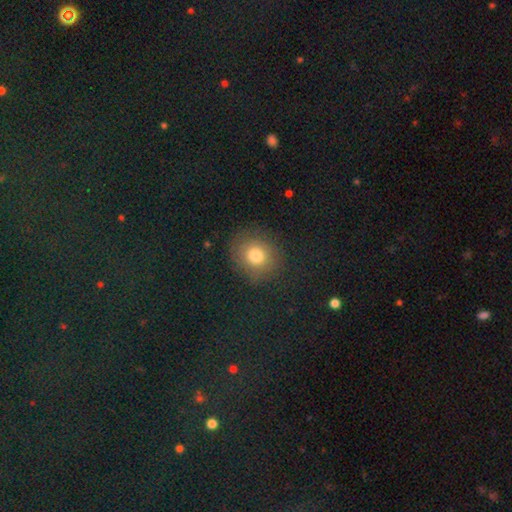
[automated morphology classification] The model was most divided on "how rounded": round: 78%, in between: 21%, cigar-shaped: 1%. More confident: merging — none (83%); smooth or featured — smooth (75%).